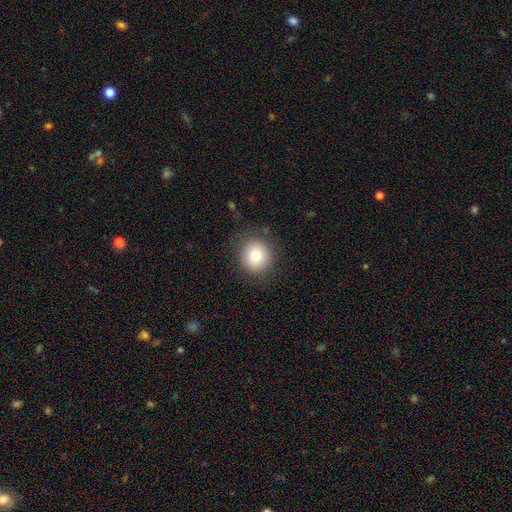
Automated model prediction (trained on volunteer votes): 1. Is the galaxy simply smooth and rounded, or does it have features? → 78% smooth, 11% featured or disk, 11% star or artifact.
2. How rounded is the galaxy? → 90% round, 9% in between, 1% cigar-shaped.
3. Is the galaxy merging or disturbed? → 86% none, 9% minor disturbance, 3% major disturbance, 1% merger.